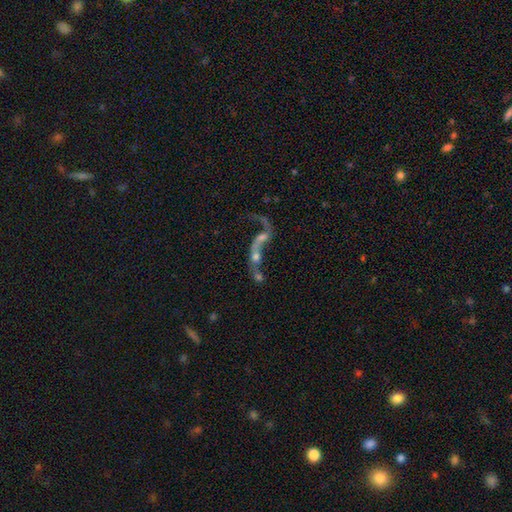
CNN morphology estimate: type=featured or disk (61%); edge-on=no (91%); bar=no (69%); spiral arms=yes (55%); bulge=none (31%); merging=merger (68%).